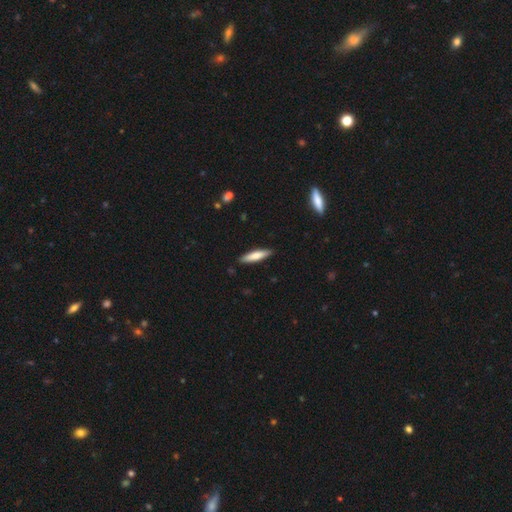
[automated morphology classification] type=smooth (71%); roundness=cigar-shaped (81%); merging=none (89%).